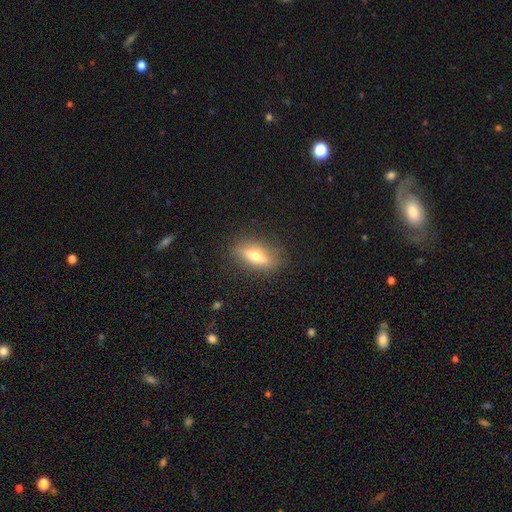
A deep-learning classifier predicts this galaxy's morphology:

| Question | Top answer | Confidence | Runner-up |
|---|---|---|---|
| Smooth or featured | smooth | 47% | featured or disk (45%) |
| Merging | none | 85% | minor disturbance (10%) |